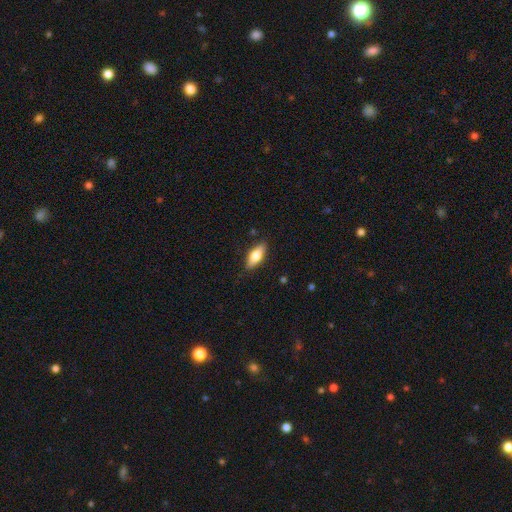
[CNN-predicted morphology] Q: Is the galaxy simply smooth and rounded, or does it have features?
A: smooth — 68%.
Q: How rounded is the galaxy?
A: in between — 73%.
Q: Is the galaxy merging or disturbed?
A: none — 86%.